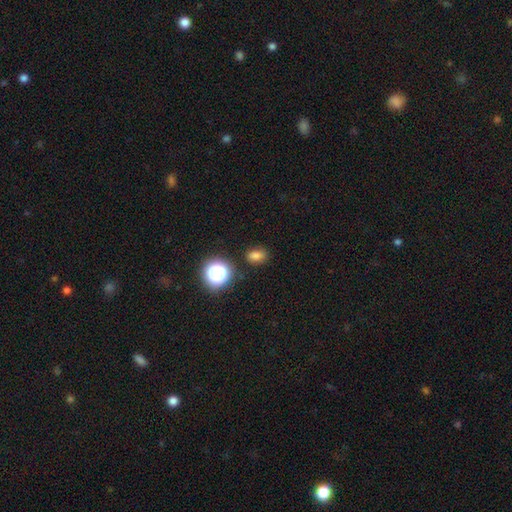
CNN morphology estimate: This appears to be a smooth galaxy with no disk features (76%) that is in between round and cigar-shaped (69%). Merging: none (81%).